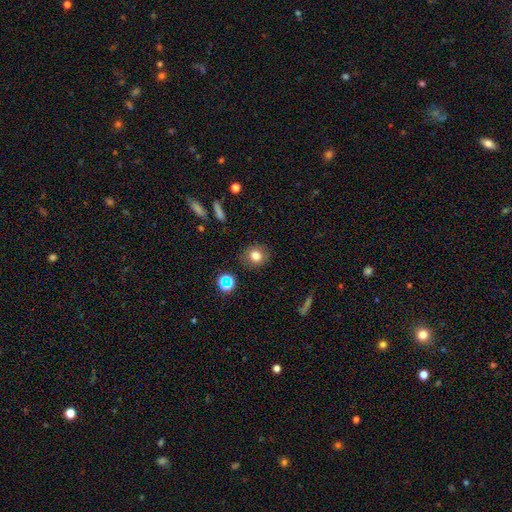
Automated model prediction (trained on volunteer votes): The model was most divided on "smooth or featured": smooth: 77%, star or artifact: 14%, featured or disk: 9%. More confident: merging — none (86%); how rounded — round (83%).